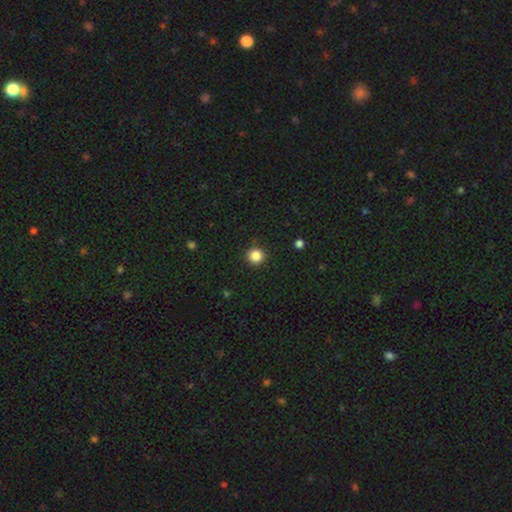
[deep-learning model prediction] Smooth or featured? Predicted: smooth (p=0.86). How rounded? Predicted: round (p=0.94). Merging? Predicted: none (p=0.92).